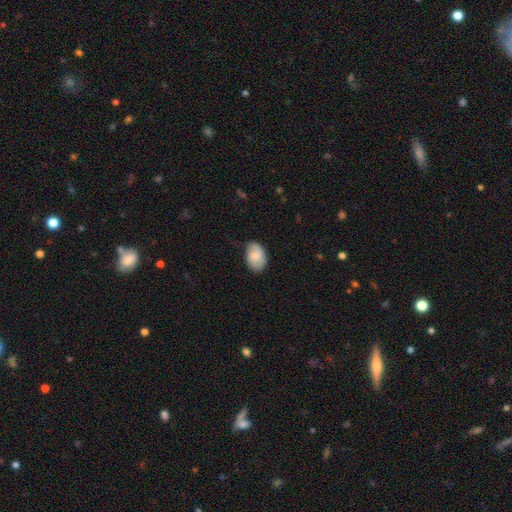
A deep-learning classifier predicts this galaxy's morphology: The model was most divided on "merging": none: 70%, minor disturbance: 25%, major disturbance: 5%, merger: 1%. More confident: how rounded — in between (88%); smooth or featured — smooth (79%).